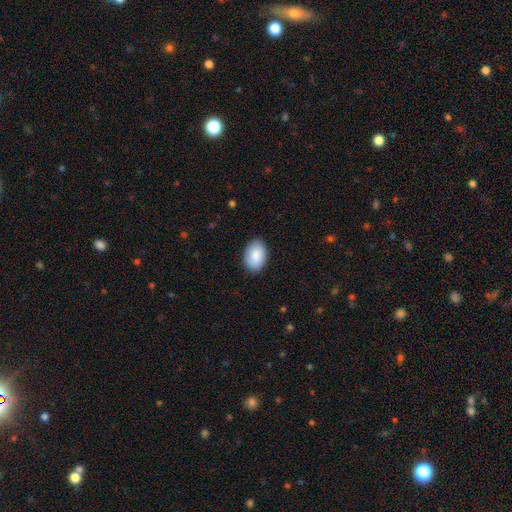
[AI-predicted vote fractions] smooth_or_featured: smooth (p=0.88) [alt: star or artifact p=0.06]
how_rounded: in between (p=0.86) [alt: round p=0.13]
merging: none (p=0.86) [alt: minor disturbance p=0.11]